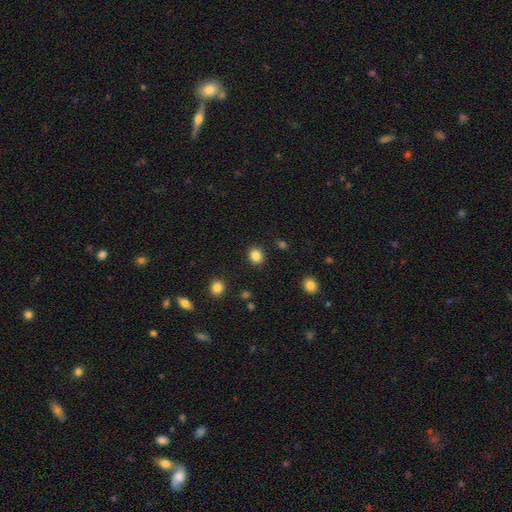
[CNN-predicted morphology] type=smooth (86%); roundness=round (70%); merging=none (89%).